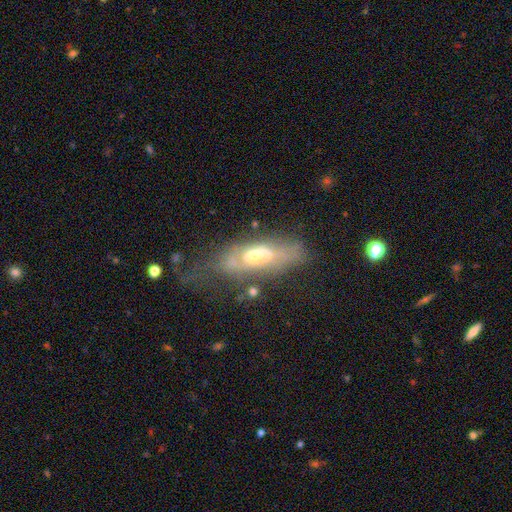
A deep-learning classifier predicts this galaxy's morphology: This is possibly a featured or disk galaxy (57%). It is likely not viewed edge-on (62%). Merging: marginally none (42%).